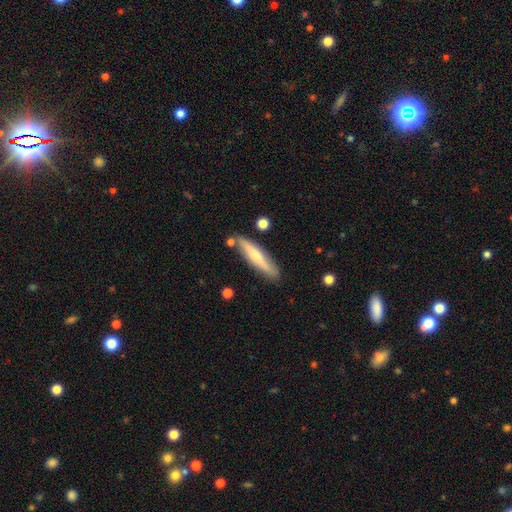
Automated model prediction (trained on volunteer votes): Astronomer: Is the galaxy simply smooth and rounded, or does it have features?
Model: smooth — 51% (runner-up: featured or disk, 44%).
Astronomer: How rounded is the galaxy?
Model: cigar-shaped — 85%.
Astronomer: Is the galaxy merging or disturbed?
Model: none — 81%.